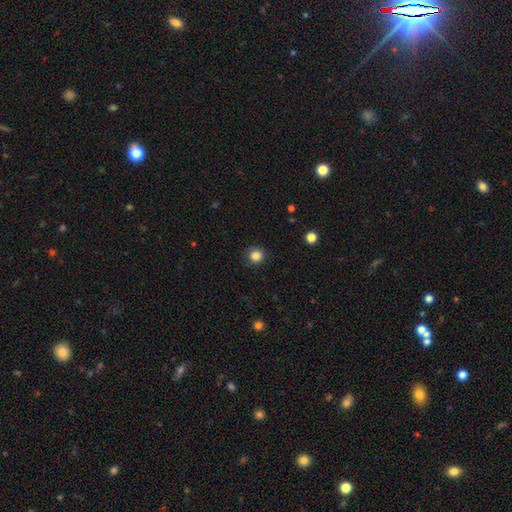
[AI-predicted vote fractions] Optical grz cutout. It shows a smooth galaxy with no disk features (84%) that is round (93%). Merging: none (88%).